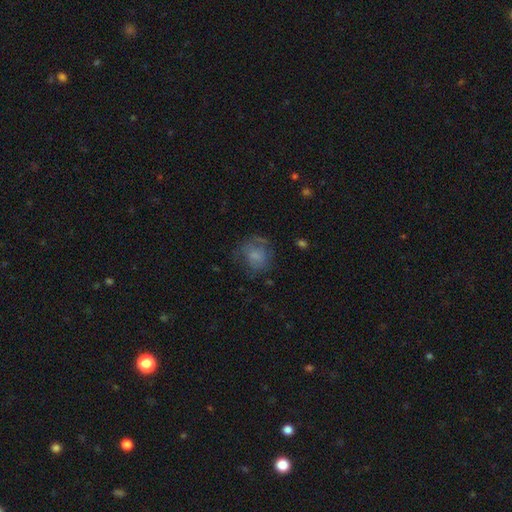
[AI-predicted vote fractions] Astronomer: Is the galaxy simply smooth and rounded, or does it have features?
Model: smooth — 58%.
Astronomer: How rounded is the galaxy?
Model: round — 70%.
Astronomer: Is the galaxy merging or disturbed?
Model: none — 54%.